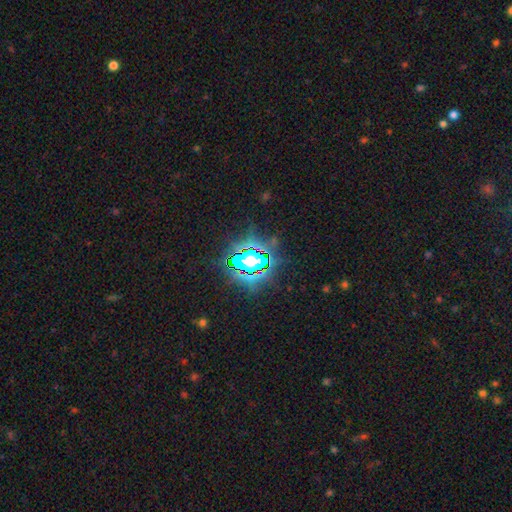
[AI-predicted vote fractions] star or artifact 77%, smooth 13%, featured or disk 10%.